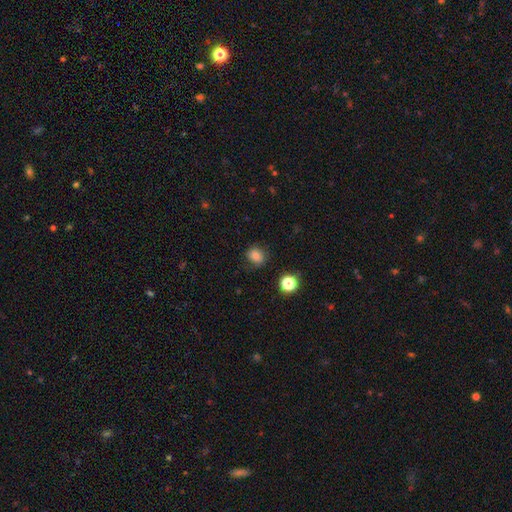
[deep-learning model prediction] The model was most divided on "how rounded": round: 75%, in between: 24%, cigar-shaped: 1%. More confident: merging — none (81%); smooth or featured — smooth (79%).